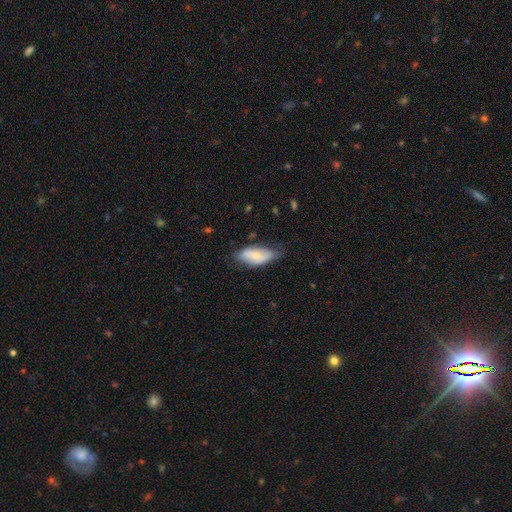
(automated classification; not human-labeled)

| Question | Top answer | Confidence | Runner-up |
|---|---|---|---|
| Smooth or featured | smooth | 66% | featured or disk (28%) |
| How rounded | in between | 87% | cigar-shaped (10%) |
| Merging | none | 57% | minor disturbance (33%) |